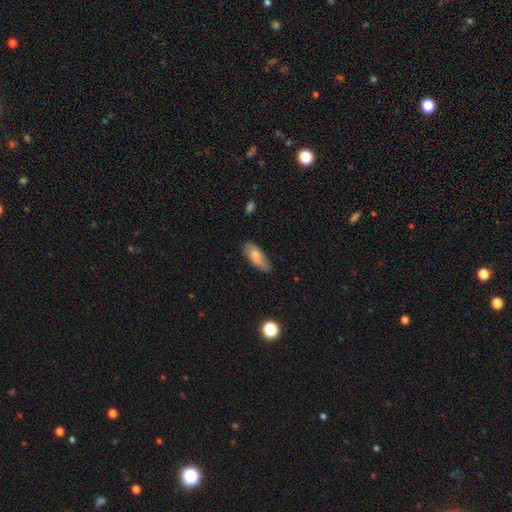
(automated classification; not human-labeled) smooth 72%, featured or disk 22%, star or artifact 6%. Down the decision tree: how rounded — in between (80%); merging — none (76%).